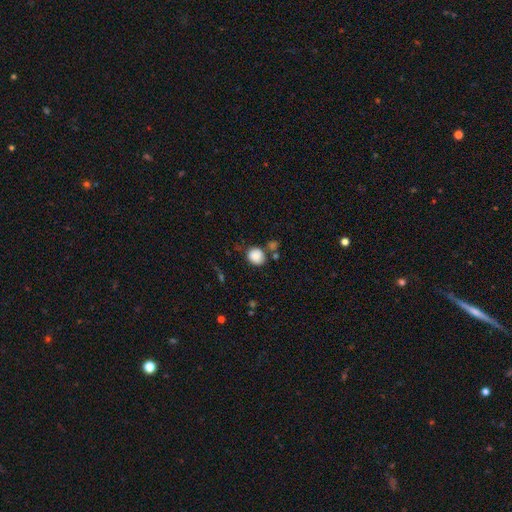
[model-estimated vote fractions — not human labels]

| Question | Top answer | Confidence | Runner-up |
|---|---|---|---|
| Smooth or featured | smooth | 86% | star or artifact (9%) |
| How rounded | round | 70% | in between (29%) |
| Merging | none | 64% | minor disturbance (16%) |